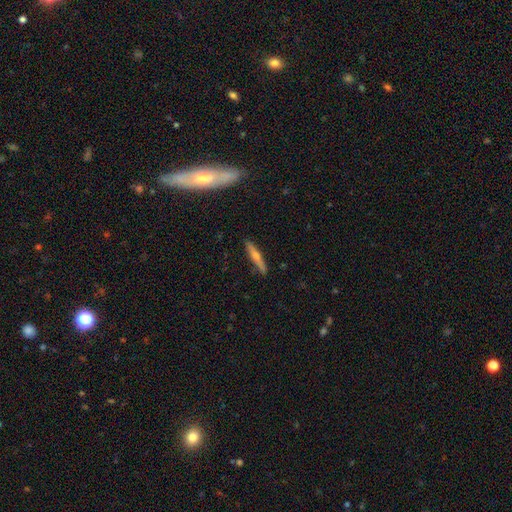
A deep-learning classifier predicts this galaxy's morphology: Overall: featured or disk (59%; smooth 35%). Edge-on disk: yes (95%). Edge-on bulge: rounded (85%). Merging: none (88%).